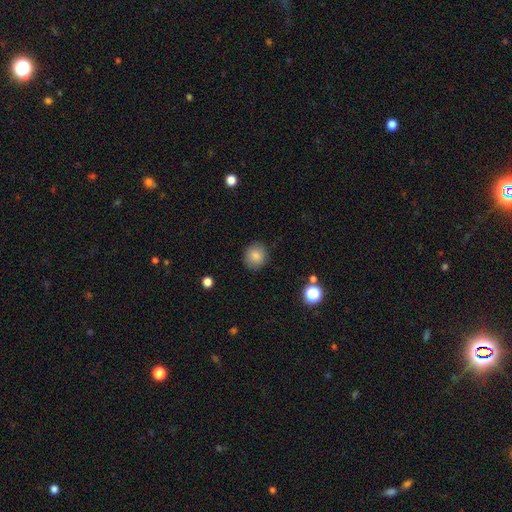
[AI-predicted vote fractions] Smooth or featured: smooth — 84% (star or artifact — 10%)
How rounded: round — 89% (in between — 10%)
Merging: none — 88% (minor disturbance — 8%)